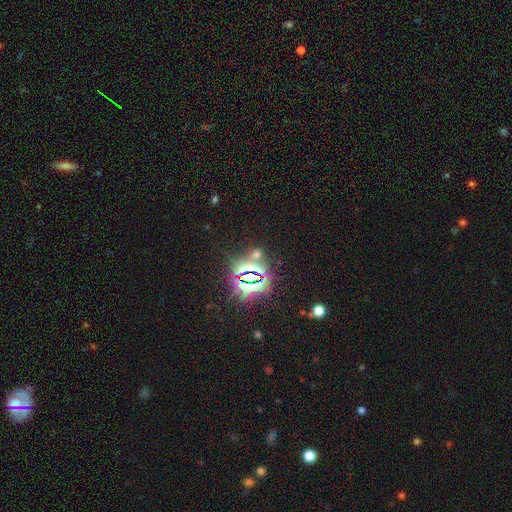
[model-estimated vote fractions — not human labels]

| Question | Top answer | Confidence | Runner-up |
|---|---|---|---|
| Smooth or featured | star or artifact | 74% | smooth (19%) |